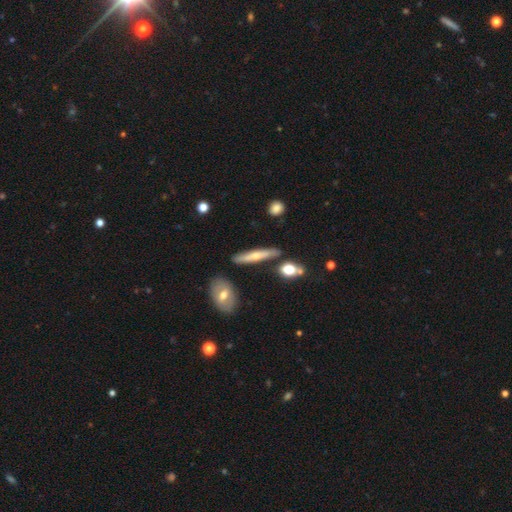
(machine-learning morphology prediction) Q: Smooth or featured?
A: featured or disk (49%); runner-up: smooth (45%)
Q: Merging?
A: none (82%); runner-up: minor disturbance (11%)